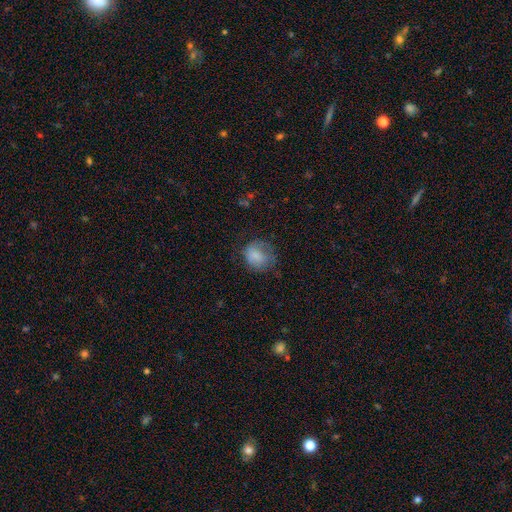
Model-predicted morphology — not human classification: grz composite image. It shows a smooth galaxy with no disk features (77%) that is round (65%). Merging: none (52%).